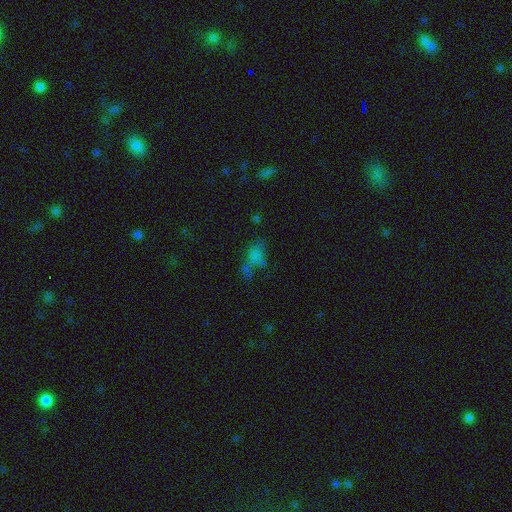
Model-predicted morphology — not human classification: Q: Smooth or featured?
A: smooth (65%); runner-up: star or artifact (19%)
Q: How rounded?
A: in between (80%); runner-up: round (15%)
Q: Merging?
A: none (33%); runner-up: merger (31%)